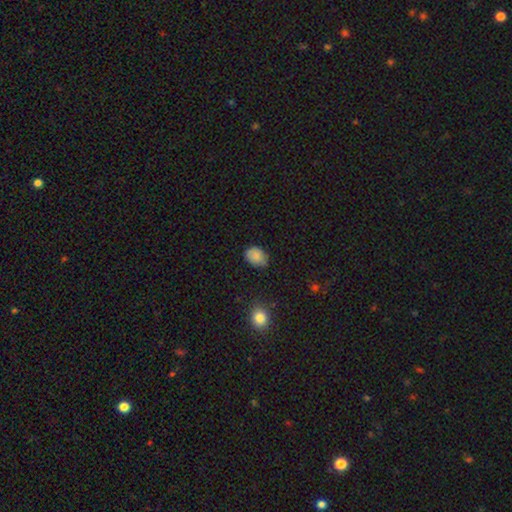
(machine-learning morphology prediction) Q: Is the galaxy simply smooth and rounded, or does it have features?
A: smooth — 86%.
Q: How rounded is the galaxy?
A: in between — 68%.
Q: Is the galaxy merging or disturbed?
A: none — 71%.